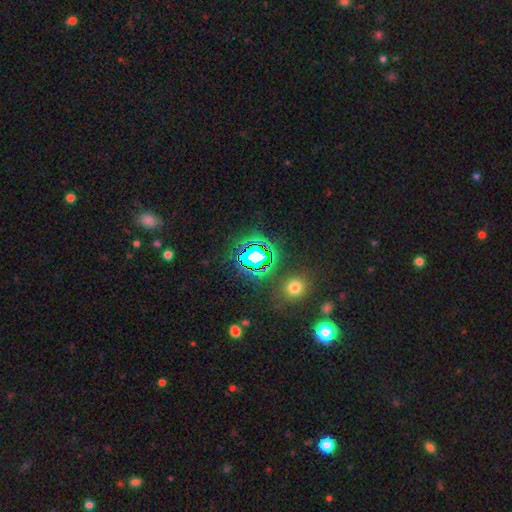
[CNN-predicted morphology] Smooth or featured? star or artifact (73%)